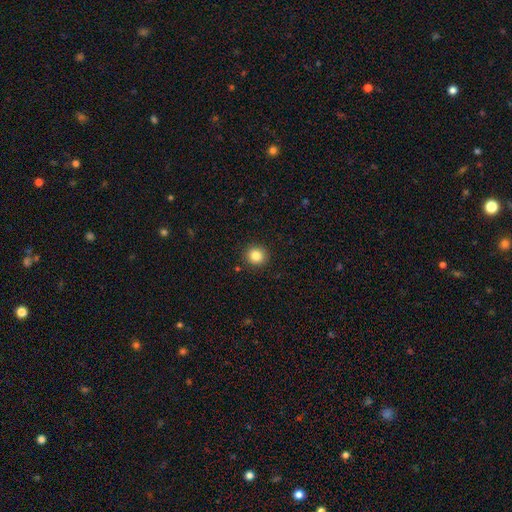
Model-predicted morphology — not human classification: A smooth galaxy with no disk features (85%) that is round (91%).

Vote fractions:
- Smooth or featured? smooth: 85% / star or artifact: 11% / featured or disk: 5%
- How rounded? round: 91% / in between: 8% / cigar-shaped: 1%
- Merging? none: 91% / minor disturbance: 5% / major disturbance: 2% / merger: 1%